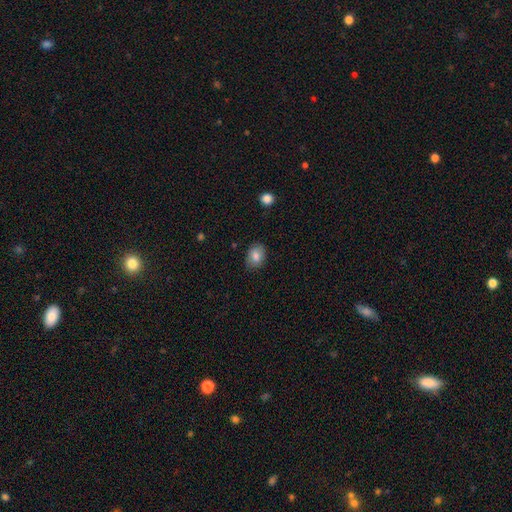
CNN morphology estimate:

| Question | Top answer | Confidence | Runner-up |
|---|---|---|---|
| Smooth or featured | smooth | 83% | featured or disk (9%) |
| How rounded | in between | 72% | round (27%) |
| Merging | none | 83% | minor disturbance (13%) |